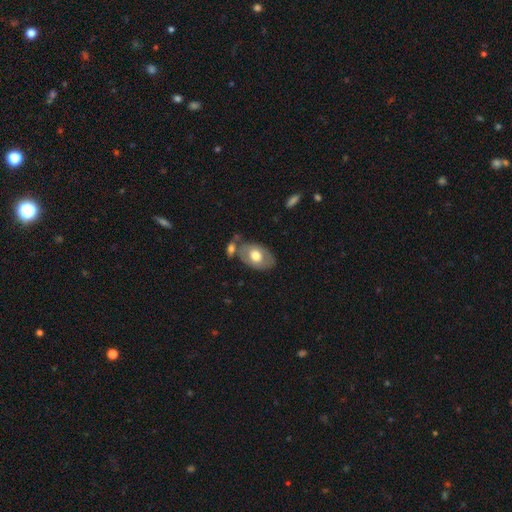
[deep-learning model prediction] smooth-or-featured: smooth: 58% | featured or disk: 37% | star or artifact: 6%
  how-rounded: in between: 88% | round: 11% | cigar-shaped: 1%
  merging: none: 60% | merger: 17% | minor disturbance: 17% | major disturbance: 6%